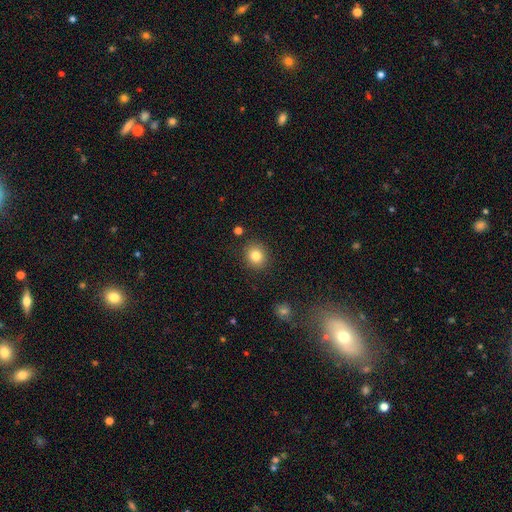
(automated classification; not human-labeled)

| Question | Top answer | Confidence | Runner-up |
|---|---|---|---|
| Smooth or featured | smooth | 82% | star or artifact (11%) |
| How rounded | round | 82% | in between (18%) |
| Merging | none | 88% | minor disturbance (7%) |